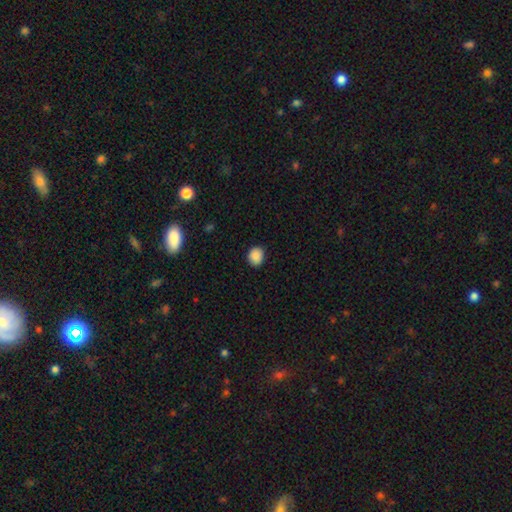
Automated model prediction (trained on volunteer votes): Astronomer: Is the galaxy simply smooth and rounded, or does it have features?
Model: smooth — 88%.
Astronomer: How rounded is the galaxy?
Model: round — 73%.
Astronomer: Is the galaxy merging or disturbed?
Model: none — 88%.